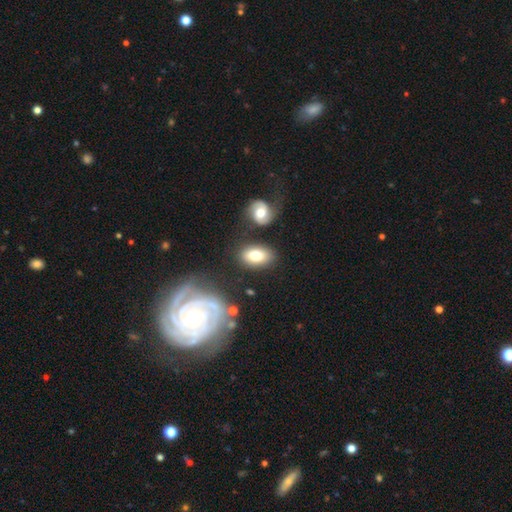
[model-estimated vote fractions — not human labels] This is likely a smooth galaxy (74%). How rounded: clearly in between (88%). Merging: likely none (76%).